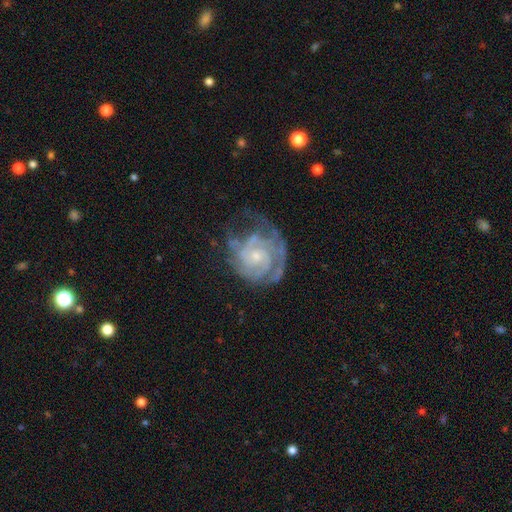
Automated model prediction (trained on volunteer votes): Q: Smooth or featured?
A: featured or disk (83%); runner-up: smooth (11%)
Q: Edge-on disk?
A: no (98%); runner-up: yes (2%)
Q: Bar?
A: no (73%); runner-up: weak (23%)
Q: Spiral arms?
A: yes (91%); runner-up: no (9%)
Q: Spiral winding?
A: tight (66%); runner-up: medium (27%)
Q: Spiral arm count?
A: can't tell (36%); runner-up: 2 (29%)
Q: Bulge size?
A: small (68%); runner-up: moderate (26%)
Q: Merging?
A: none (51%); runner-up: minor disturbance (25%)